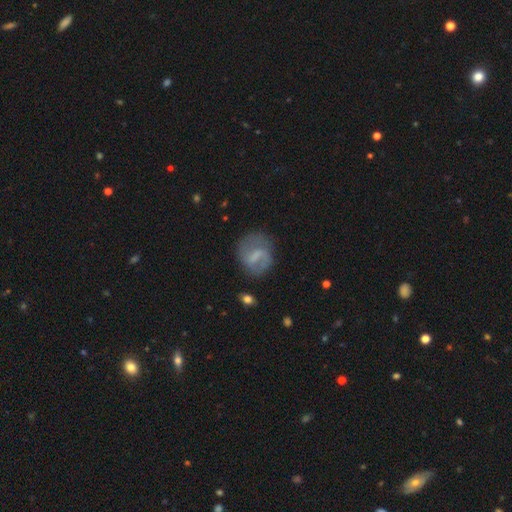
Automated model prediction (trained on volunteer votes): Smooth or featured: featured or disk — 59% (smooth — 33%)
Edge-on disk: no — 96% (yes — 4%)
Bar: weak — 44% (strong — 41%)
Spiral arms: yes — 69% (no — 31%)
Bulge size: none — 50% (small — 25%)
Merging: none — 66% (minor disturbance — 20%)